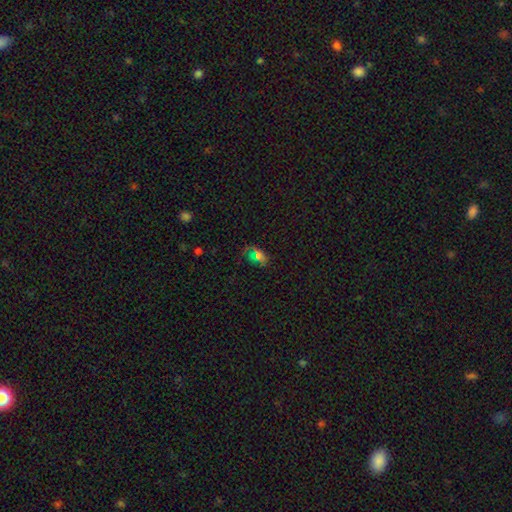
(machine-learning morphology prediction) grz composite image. It shows a smooth galaxy with no disk features (49%). Merging: none (62%).